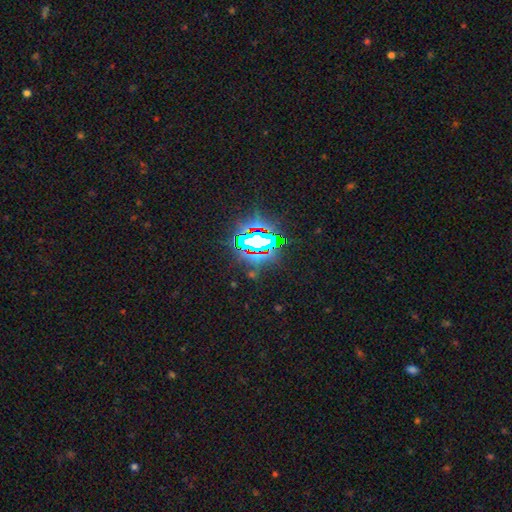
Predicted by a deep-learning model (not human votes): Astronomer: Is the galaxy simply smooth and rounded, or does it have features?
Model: star or artifact — 83%.